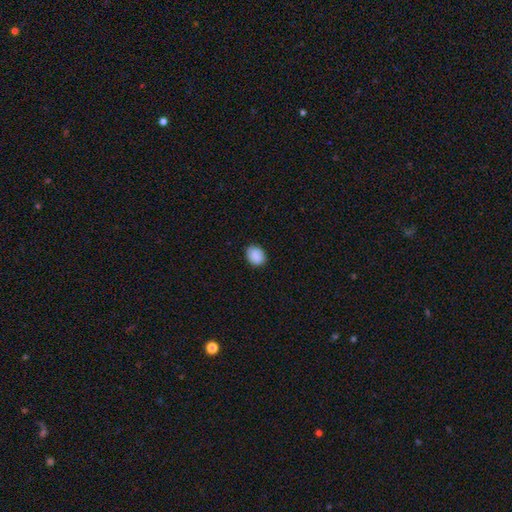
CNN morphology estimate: A smooth galaxy with no disk features (88%) that is in between round and cigar-shaped (55%).

Vote fractions:
- Smooth or featured? smooth: 88% / star or artifact: 8% / featured or disk: 4%
- How rounded? in between: 55% / round: 44% / cigar-shaped: 1%
- Merging? none: 85% / minor disturbance: 12% / major disturbance: 2% / merger: 1%